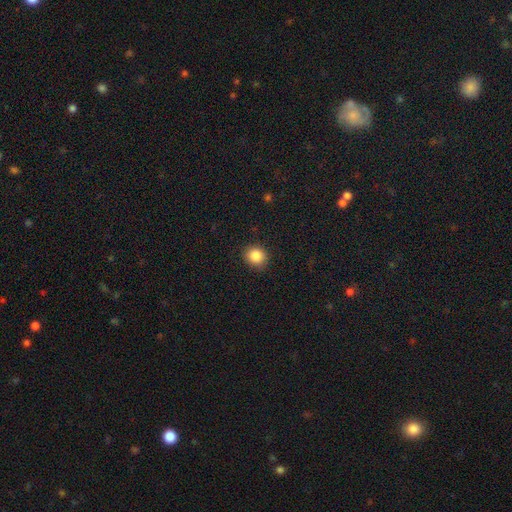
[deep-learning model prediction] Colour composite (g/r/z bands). It shows a smooth galaxy with no disk features (86%) that is round (80%). Merging: none (89%).